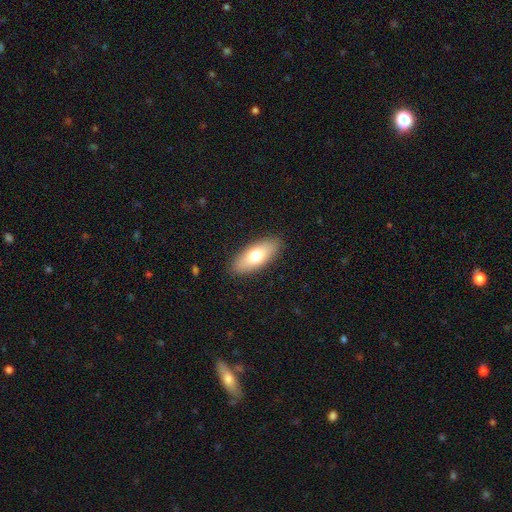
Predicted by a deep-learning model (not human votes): Morphology: type=smooth (71%); roundness=in between (80%); merging=none (88%).